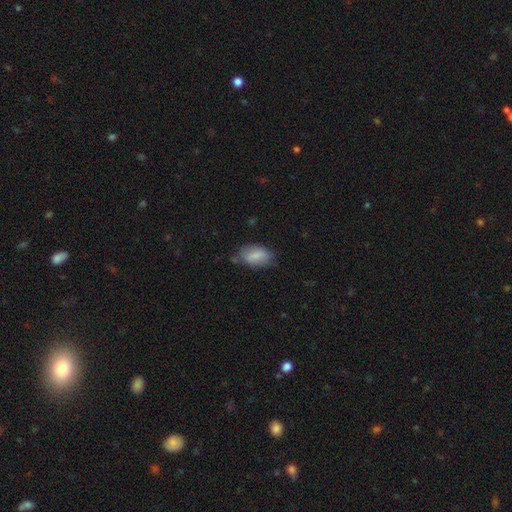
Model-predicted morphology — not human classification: A smooth galaxy with no disk features (81%) that is in between round and cigar-shaped (91%). Merging: none (64%).